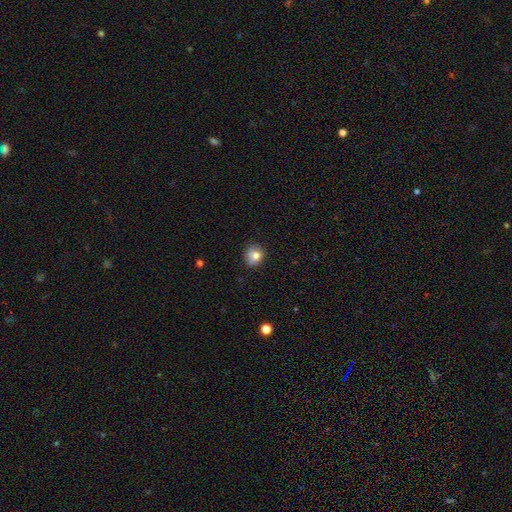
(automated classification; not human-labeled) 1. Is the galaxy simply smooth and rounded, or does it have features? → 81% smooth, 10% star or artifact, 9% featured or disk.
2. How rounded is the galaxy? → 79% round, 20% in between, 1% cigar-shaped.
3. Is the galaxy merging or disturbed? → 78% none, 18% minor disturbance, 3% major disturbance, 1% merger.